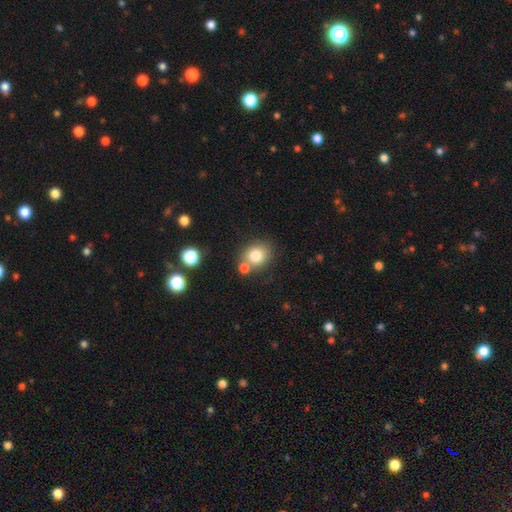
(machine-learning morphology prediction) This appears to be a smooth galaxy with no disk features (79%) that is round (67%). Merging: none (64%).